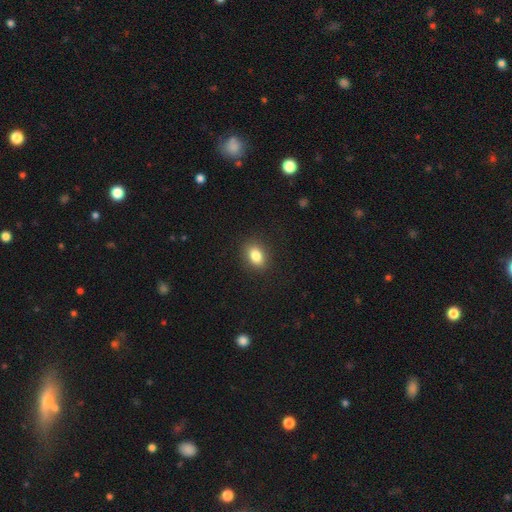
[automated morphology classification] Smooth or featured?
  - smooth: 83% *
  - star or artifact: 9%
  - featured or disk: 7%
How rounded?
  - in between: 75% *
  - round: 23%
  - cigar-shaped: 2%
Merging?
  - none: 89% *
  - minor disturbance: 8%
  - major disturbance: 2%
  - merger: 1%